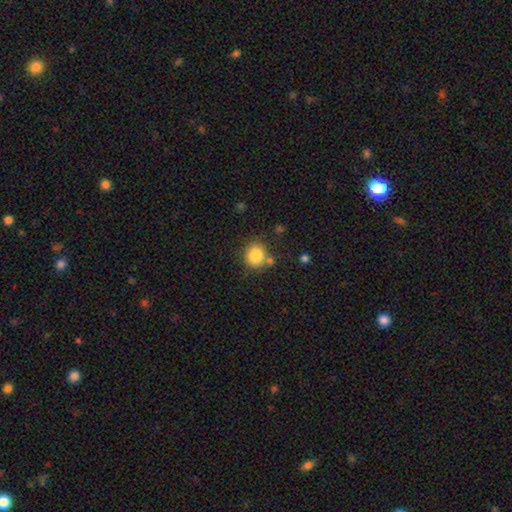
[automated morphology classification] Smooth or featured?
  - smooth: 84% *
  - star or artifact: 10%
  - featured or disk: 6%
How rounded?
  - round: 80% *
  - in between: 19%
  - cigar-shaped: 1%
Merging?
  - none: 72% *
  - minor disturbance: 13%
  - merger: 10%
  - major disturbance: 4%